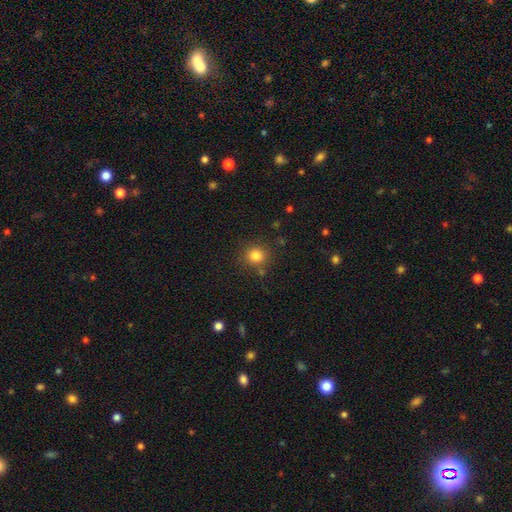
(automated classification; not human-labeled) This appears to be a smooth galaxy with no disk features (82%) that is round (90%). Merging: none (83%).